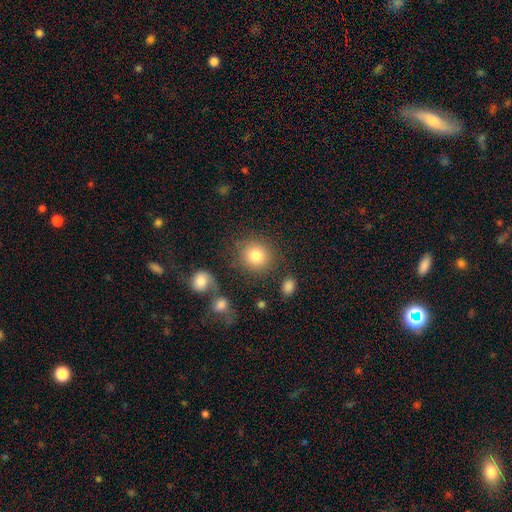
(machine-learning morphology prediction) A smooth galaxy with no disk features (82%) that is round (86%).

Vote fractions:
- Smooth or featured? smooth: 82% / star or artifact: 9% / featured or disk: 8%
- How rounded? round: 86% / in between: 13% / cigar-shaped: 1%
- Merging? none: 79% / minor disturbance: 10% / merger: 6% / major disturbance: 5%